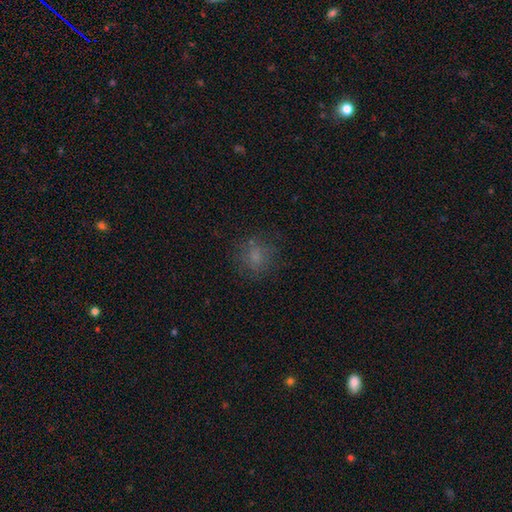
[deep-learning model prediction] Morphology: type=smooth (70%); roundness=round (80%); merging=none (76%).